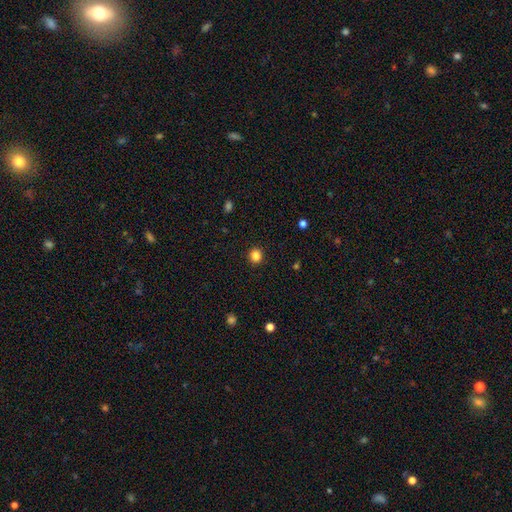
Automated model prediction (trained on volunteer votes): smooth 85%, star or artifact 11%, featured or disk 3%. Down the decision tree: how rounded — round (86%); merging — none (91%).